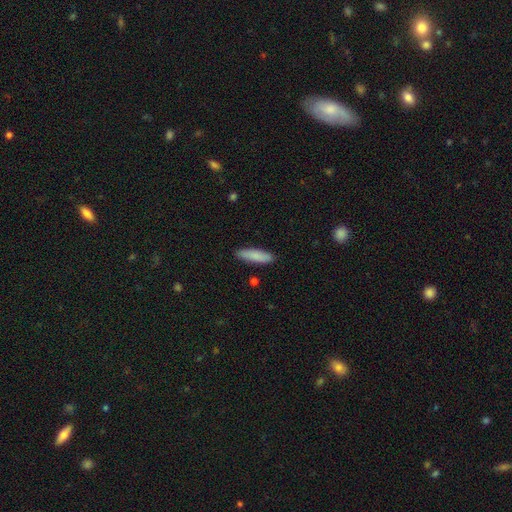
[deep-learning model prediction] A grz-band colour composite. It shows a smooth galaxy with no disk features (85%) that is cigar-shaped (69%). Merging: none (89%).